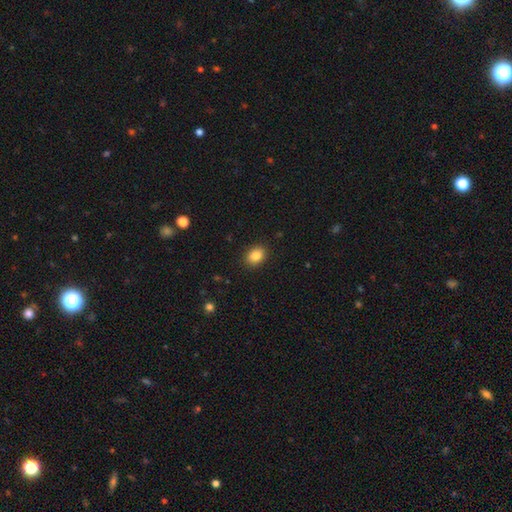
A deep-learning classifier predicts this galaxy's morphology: Smooth or featured: smooth — 85% (star or artifact — 9%)
How rounded: in between — 65% (round — 34%)
Merging: none — 90% (minor disturbance — 7%)